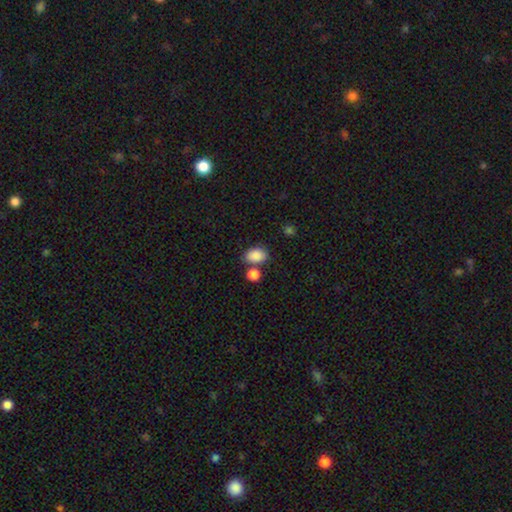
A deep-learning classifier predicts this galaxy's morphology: smooth_or_featured: smooth (p=0.87) [alt: star or artifact p=0.09]
how_rounded: in between (p=0.79) [alt: round p=0.20]
merging: none (p=0.62) [alt: merger p=0.20]